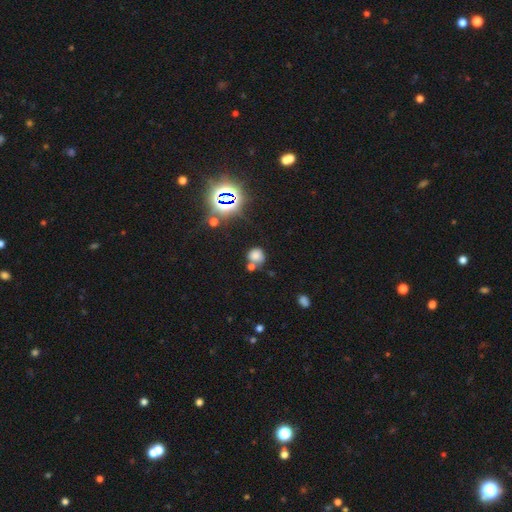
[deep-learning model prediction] This appears to be a smooth galaxy with no disk features (70%) that is round (84%). Merging: none (55%).